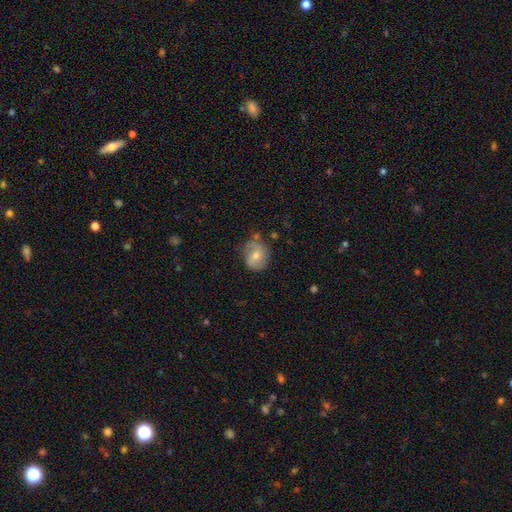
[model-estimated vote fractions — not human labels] Morphology: type=smooth (50%); merging=none (65%).